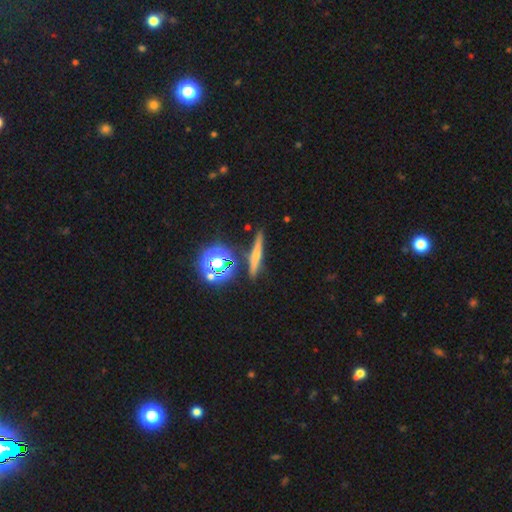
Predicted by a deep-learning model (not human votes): Overall: smooth (42%; featured or disk 39%). Merging: none (85%).